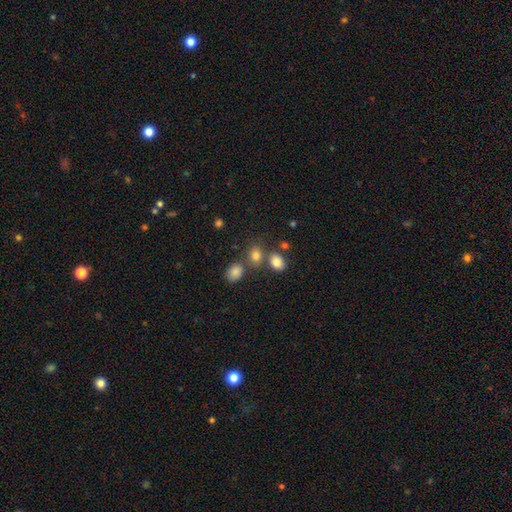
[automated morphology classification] Smooth or featured?
  - smooth: 80% *
  - star or artifact: 13%
  - featured or disk: 7%
How rounded?
  - in between: 51% *
  - round: 48%
  - cigar-shaped: 1%
Merging?
  - none: 61% *
  - merger: 24%
  - minor disturbance: 11%
  - major disturbance: 4%